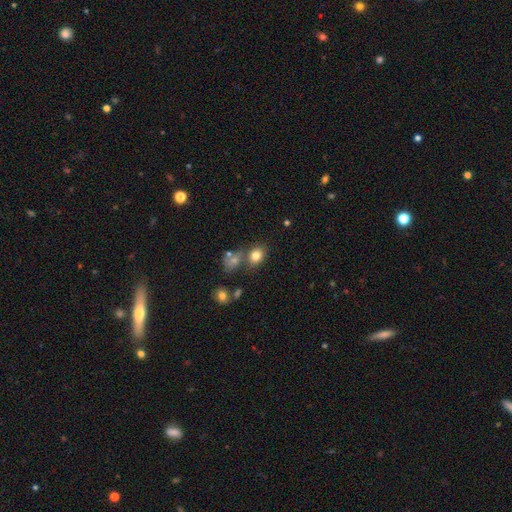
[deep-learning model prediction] Smooth or featured: smooth — 79% (star or artifact — 12%)
How rounded: in between — 50% (round — 49%)
Merging: none — 61% (merger — 21%)